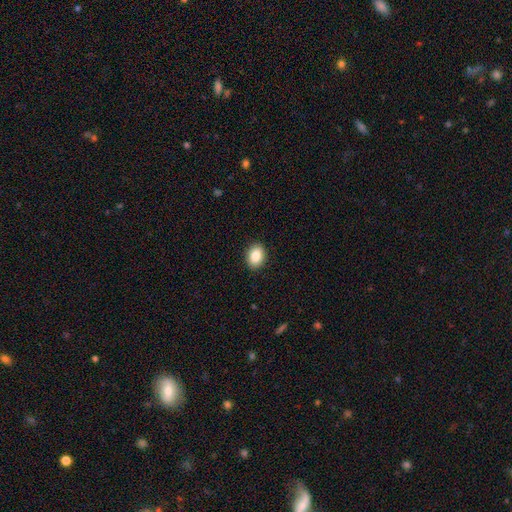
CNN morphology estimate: Smooth or featured? Predicted: smooth (p=0.87). How rounded? Predicted: in between (p=0.76). Merging? Predicted: none (p=0.91).